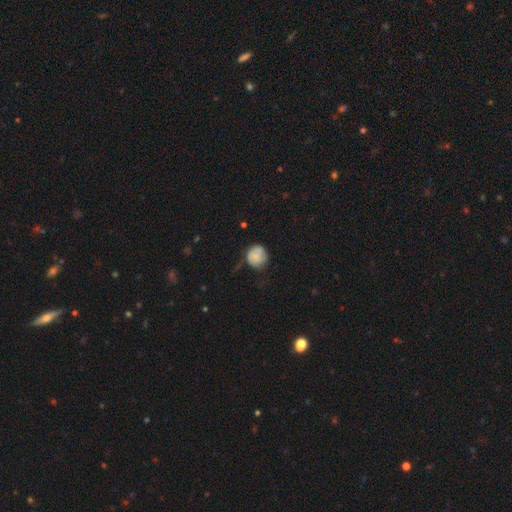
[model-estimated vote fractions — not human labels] Overall: smooth (71%). How rounded: round (84%). Merging: none (52%; minor disturbance 34%).